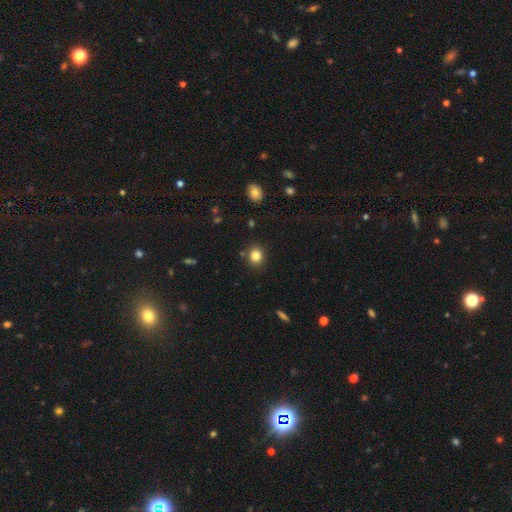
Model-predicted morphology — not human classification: Smooth or featured? smooth (83%)
How rounded? round (71%)
Merging? none (87%)